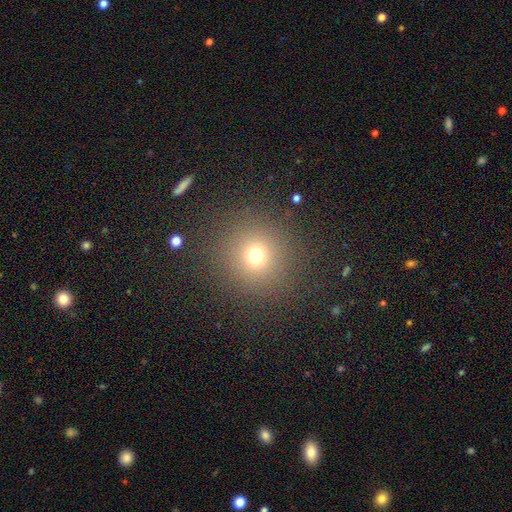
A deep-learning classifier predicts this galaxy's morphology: Smooth or featured? smooth (71%)
How rounded? round (94%)
Merging? none (88%)